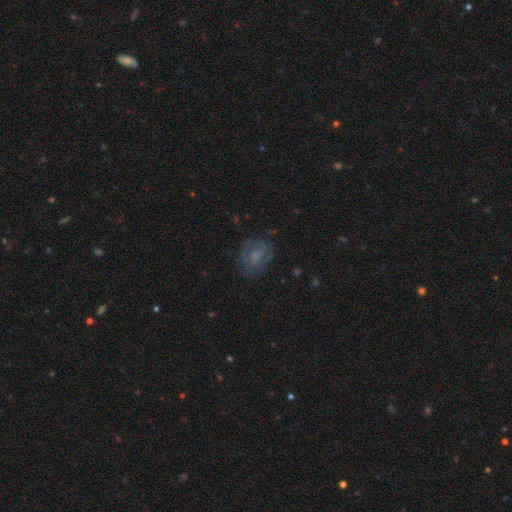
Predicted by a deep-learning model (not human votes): smooth_or_featured: featured or disk (p=0.49) [alt: smooth p=0.37]
merging: none (p=0.66) [alt: minor disturbance p=0.19]